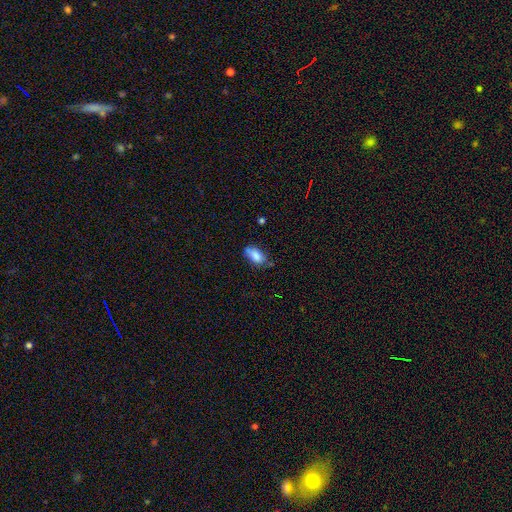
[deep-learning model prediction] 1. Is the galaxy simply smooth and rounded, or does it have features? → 83% smooth, 10% featured or disk, 8% star or artifact.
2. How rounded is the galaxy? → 90% in between, 6% cigar-shaped, 4% round.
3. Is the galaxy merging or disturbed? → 60% none, 29% minor disturbance, 6% major disturbance, 5% merger.